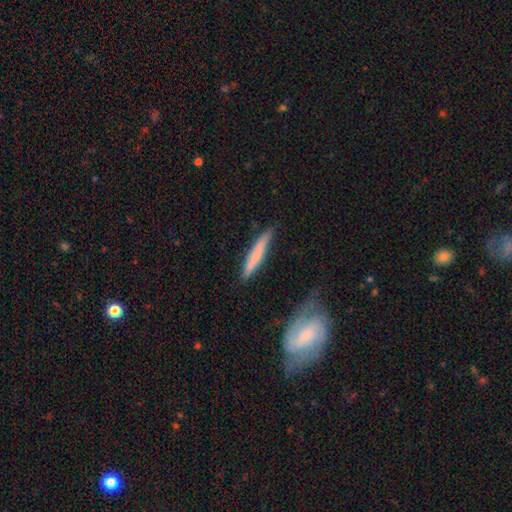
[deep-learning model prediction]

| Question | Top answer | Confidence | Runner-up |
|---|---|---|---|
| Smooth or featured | smooth | 60% | featured or disk (34%) |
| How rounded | cigar-shaped | 92% | in between (6%) |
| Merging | none | 75% | minor disturbance (18%) |